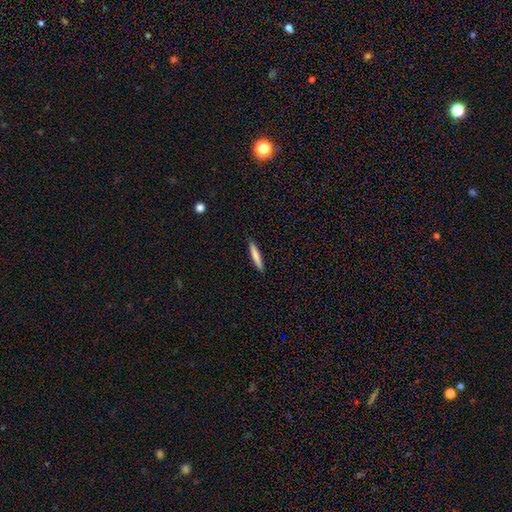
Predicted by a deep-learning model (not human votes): Overall: smooth (79%). How rounded: cigar-shaped (92%). Merging: none (90%).